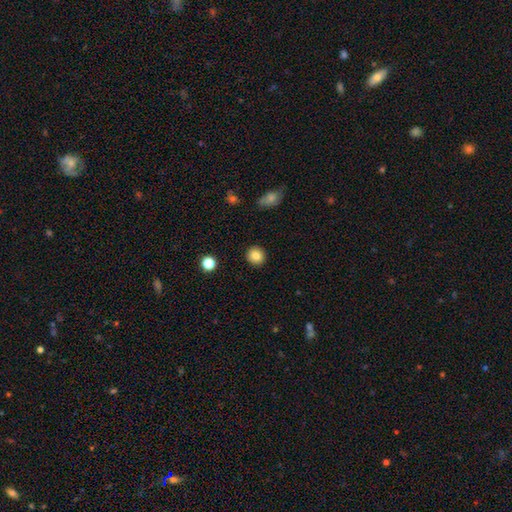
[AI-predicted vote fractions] Overall: smooth (84%). How rounded: round (91%). Merging: none (92%).